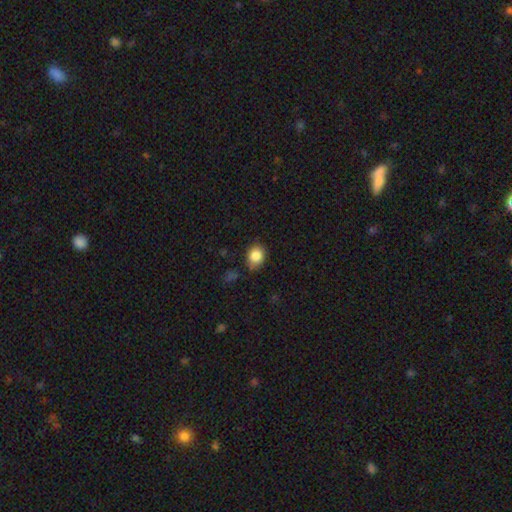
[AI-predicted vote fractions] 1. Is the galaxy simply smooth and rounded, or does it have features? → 85% smooth, 9% star or artifact, 6% featured or disk.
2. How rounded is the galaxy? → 55% round, 44% in between, 1% cigar-shaped.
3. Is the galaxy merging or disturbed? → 74% none, 20% minor disturbance, 4% major disturbance, 2% merger.